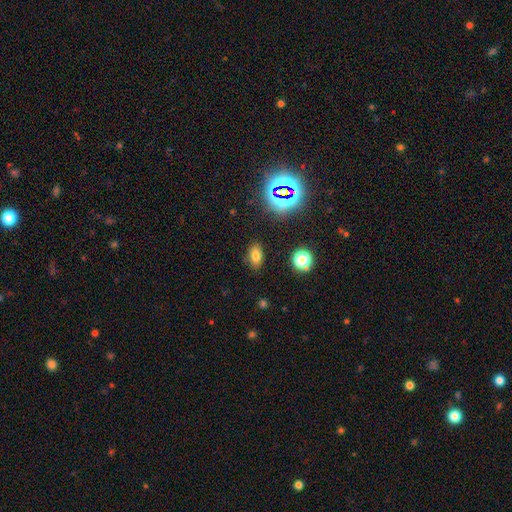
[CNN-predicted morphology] Q: Smooth or featured?
A: smooth (70%); runner-up: star or artifact (20%)
Q: How rounded?
A: in between (85%); runner-up: round (13%)
Q: Merging?
A: none (85%); runner-up: minor disturbance (10%)